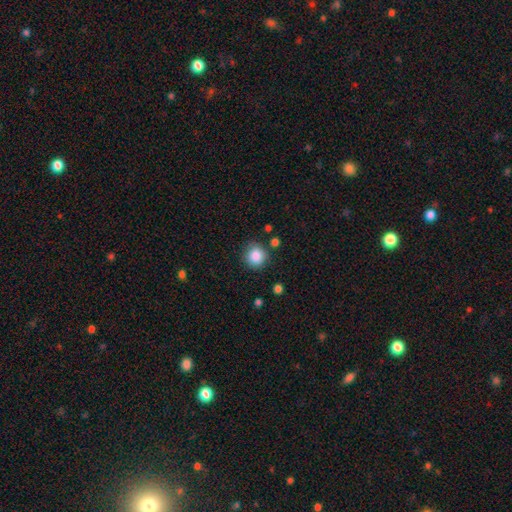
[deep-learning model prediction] This is clearly a smooth galaxy (86%). How rounded: clearly round (91%). Merging: clearly none (82%).